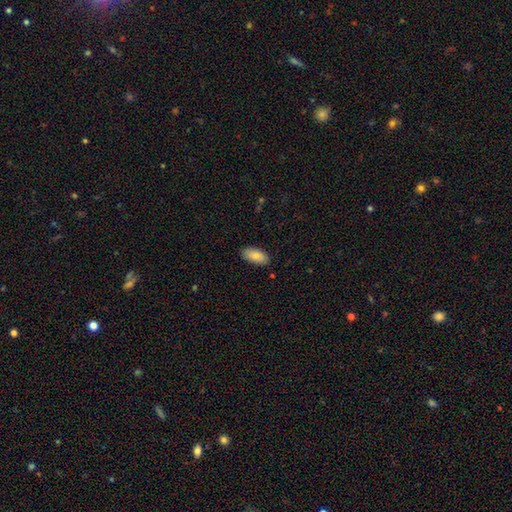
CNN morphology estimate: Overall: smooth (87%). How rounded: in between (90%). Merging: none (88%).